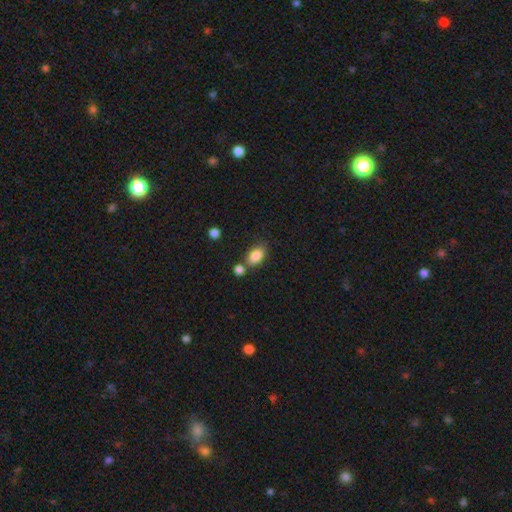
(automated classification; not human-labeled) This is clearly a smooth galaxy (85%). How rounded: clearly in between (86%). Merging: possibly none (59%).